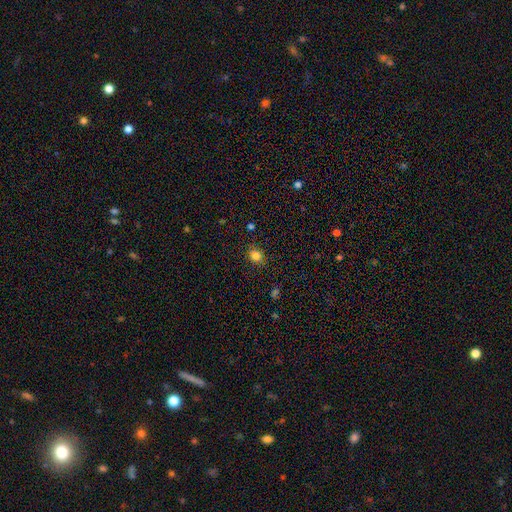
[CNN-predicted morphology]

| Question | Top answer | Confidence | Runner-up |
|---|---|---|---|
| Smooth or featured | smooth | 83% | star or artifact (13%) |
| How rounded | round | 64% | in between (35%) |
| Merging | none | 84% | minor disturbance (11%) |